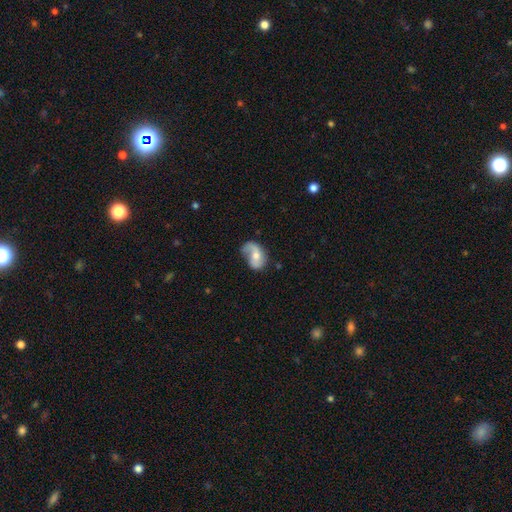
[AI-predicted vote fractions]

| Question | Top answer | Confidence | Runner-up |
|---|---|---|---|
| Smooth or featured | featured or disk | 64% | smooth (29%) |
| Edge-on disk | no | 97% | yes (3%) |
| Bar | no | 58% | weak (33%) |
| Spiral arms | yes | 87% | no (13%) |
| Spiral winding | loose | 59% | medium (30%) |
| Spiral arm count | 2 | 60% | 1 (32%) |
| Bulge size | moderate | 58% | small (33%) |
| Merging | none | 47% | minor disturbance (30%) |